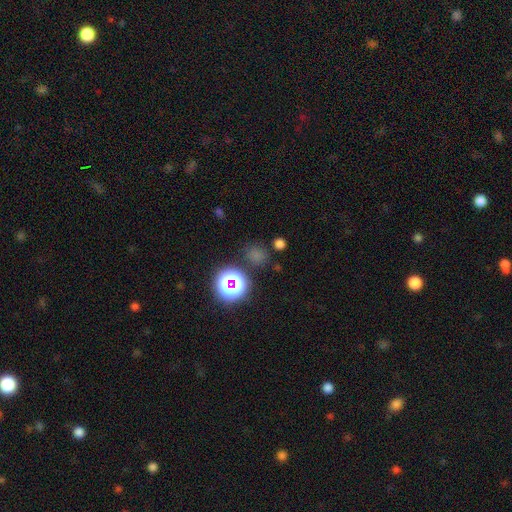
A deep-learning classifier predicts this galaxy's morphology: Smooth or featured? smooth (62%)
How rounded? round (77%)
Merging? none (76%)